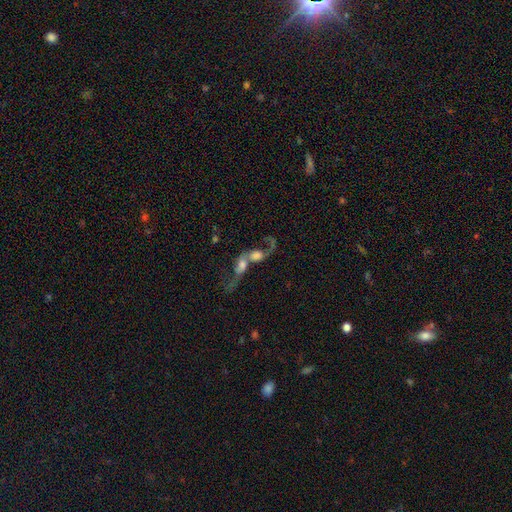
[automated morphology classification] smooth_or_featured: featured or disk (p=0.48) [alt: smooth p=0.39]
merging: merger (p=0.82) [alt: major disturbance p=0.08]